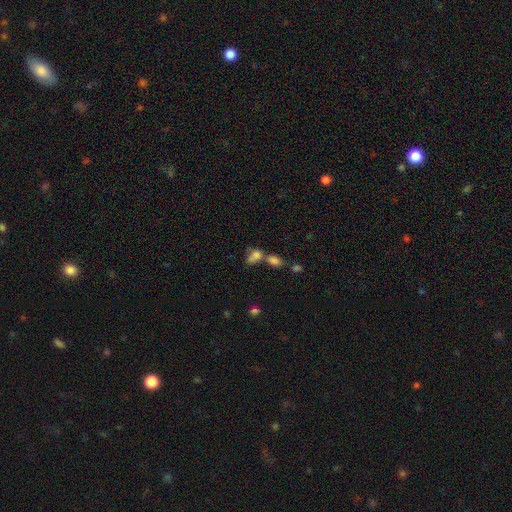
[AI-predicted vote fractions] A smooth galaxy with no disk features (72%) that is in between round and cigar-shaped (76%).

Vote fractions:
- Smooth or featured? smooth: 72% / featured or disk: 15% / star or artifact: 13%
- How rounded? in between: 76% / round: 20% / cigar-shaped: 4%
- Merging? merger: 59% / none: 22% / minor disturbance: 10% / major disturbance: 8%